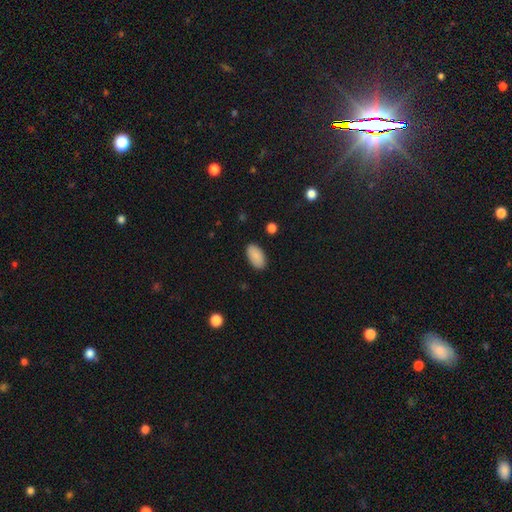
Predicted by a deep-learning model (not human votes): Morphology: type=smooth (89%); roundness=in between (95%); merging=none (88%).